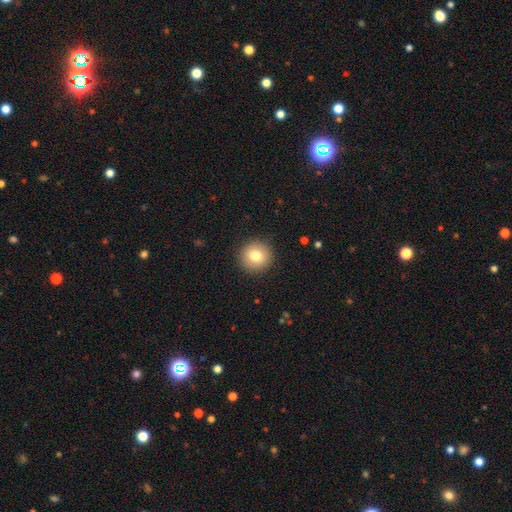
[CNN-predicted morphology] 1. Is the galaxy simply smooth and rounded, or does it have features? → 80% smooth, 11% featured or disk, 9% star or artifact.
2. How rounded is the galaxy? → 93% round, 6% in between, 1% cigar-shaped.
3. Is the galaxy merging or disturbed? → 91% none, 6% minor disturbance, 2% major disturbance, 1% merger.